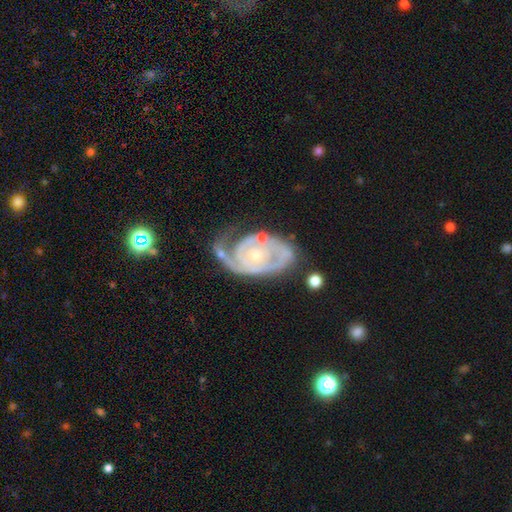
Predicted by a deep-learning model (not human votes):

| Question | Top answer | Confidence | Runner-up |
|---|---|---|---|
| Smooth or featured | featured or disk | 89% | smooth (7%) |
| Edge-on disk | no | 97% | yes (3%) |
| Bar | no | 77% | weak (18%) |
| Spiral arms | yes | 95% | no (5%) |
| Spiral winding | tight | 71% | medium (23%) |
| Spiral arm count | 2 | 44% | 1 (22%) |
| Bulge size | small | 70% | moderate (27%) |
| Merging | none | 48% | minor disturbance (27%) |